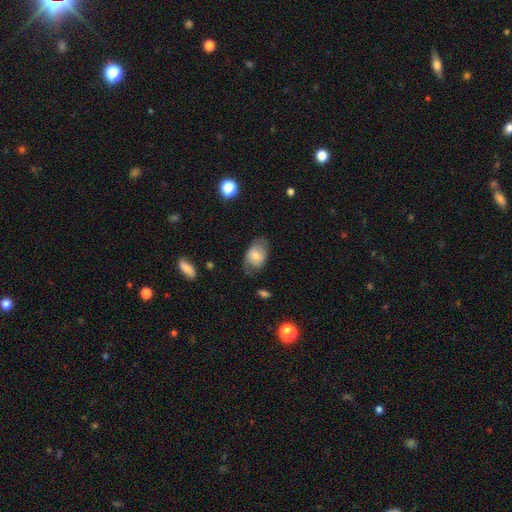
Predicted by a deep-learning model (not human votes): smooth 65%, featured or disk 27%, star or artifact 8%. Down the decision tree: how rounded — in between (82%); merging — none (60%).